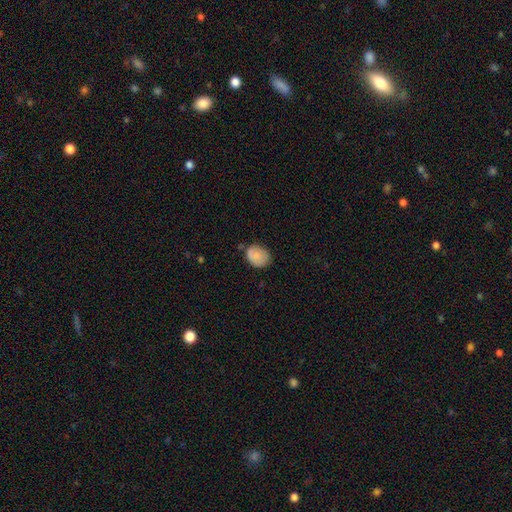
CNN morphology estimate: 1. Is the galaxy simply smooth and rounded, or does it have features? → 81% smooth, 11% featured or disk, 8% star or artifact.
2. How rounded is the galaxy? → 56% in between, 43% round, 1% cigar-shaped.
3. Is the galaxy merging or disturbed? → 65% none, 26% minor disturbance, 5% major disturbance, 4% merger.